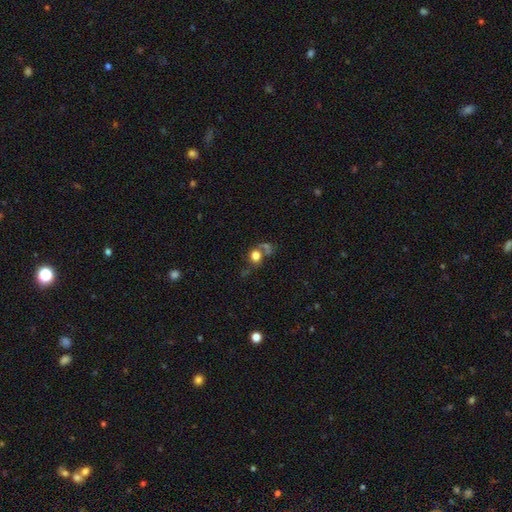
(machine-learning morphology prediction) The model was most divided on "merging": none: 44%, merger: 33%, minor disturbance: 12%, major disturbance: 11%. More confident: how rounded — round (76%); smooth or featured — smooth (73%).